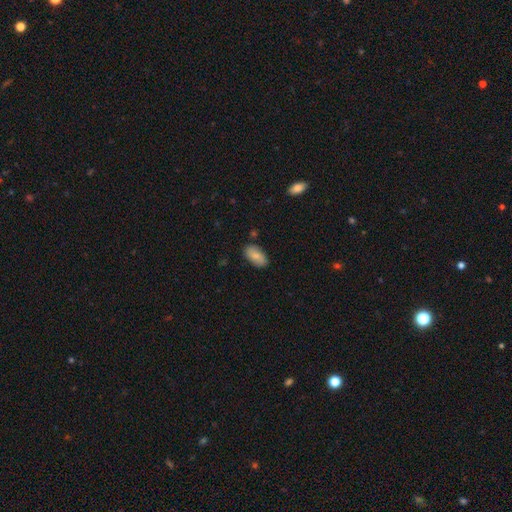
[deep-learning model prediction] The model was most divided on "smooth or featured": smooth: 81%, featured or disk: 12%, star or artifact: 7%. More confident: how rounded — in between (94%); merging — none (82%).